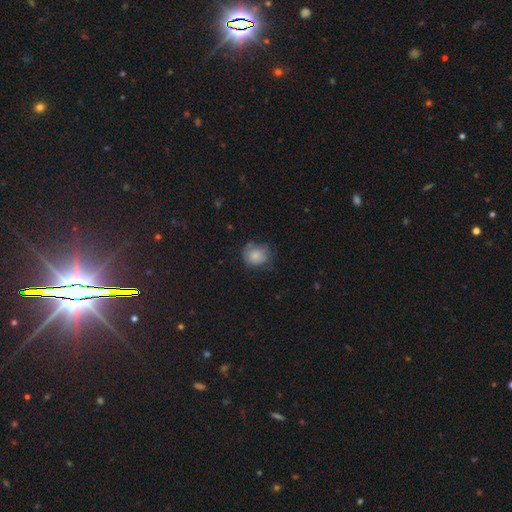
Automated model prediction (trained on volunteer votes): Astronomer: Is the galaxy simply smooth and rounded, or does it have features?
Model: smooth — 78%.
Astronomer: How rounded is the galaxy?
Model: round — 74%.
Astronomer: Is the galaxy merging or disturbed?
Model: none — 54% (runner-up: minor disturbance, 31%).